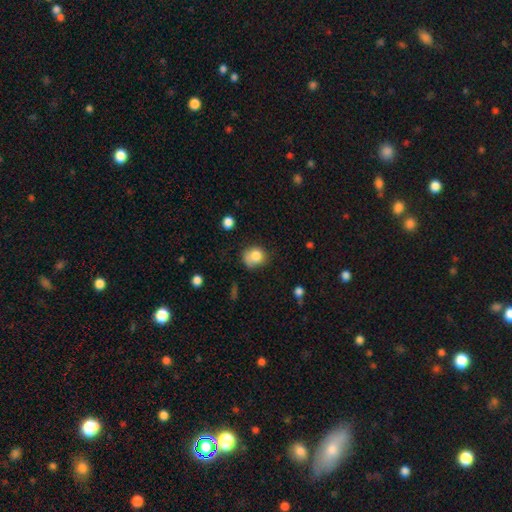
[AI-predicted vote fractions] A smooth galaxy with no disk features (78%) that is round (70%). Merging: none (49%).